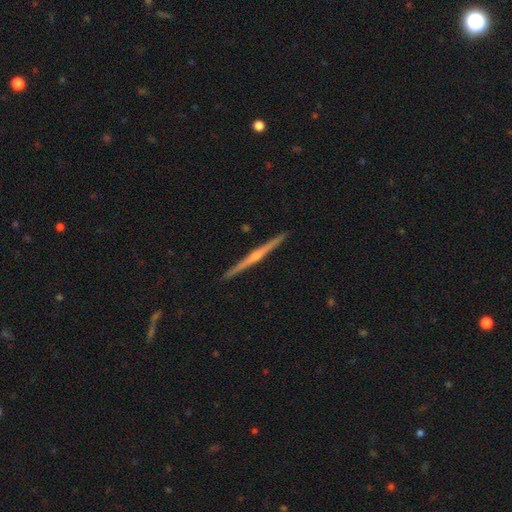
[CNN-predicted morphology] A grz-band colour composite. It shows a featured or disk galaxy (79%) viewed edge-on (98%) with a rounded central bulge (75%). Merging: none (91%).